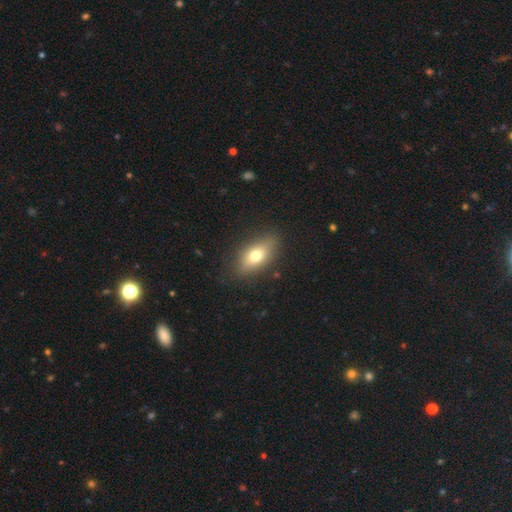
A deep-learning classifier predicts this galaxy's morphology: Smooth or featured? smooth (71%)
How rounded? in between (81%)
Merging? none (83%)